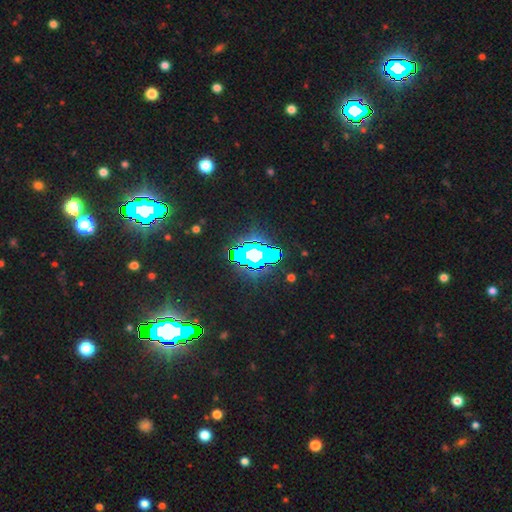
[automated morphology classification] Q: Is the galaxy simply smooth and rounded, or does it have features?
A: star or artifact — 66%.